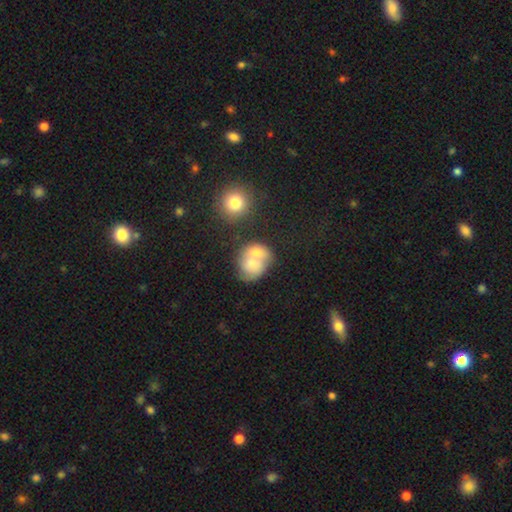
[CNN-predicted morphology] smooth 60%, featured or disk 32%, star or artifact 8%. Down the decision tree: how rounded — round (61%); merging — merger (63%).